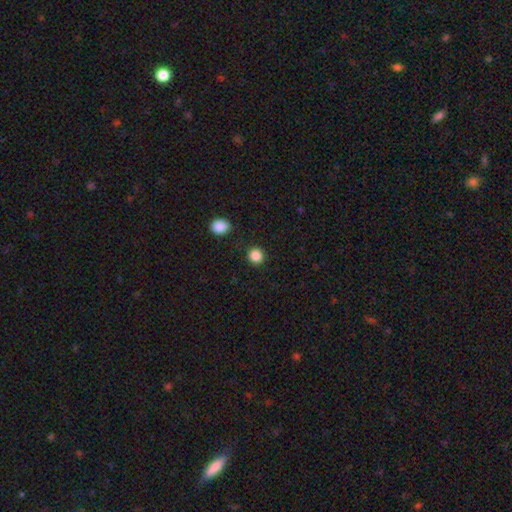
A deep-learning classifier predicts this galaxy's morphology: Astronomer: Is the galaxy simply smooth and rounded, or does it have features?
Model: smooth — 86%.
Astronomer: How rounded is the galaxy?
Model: round — 92%.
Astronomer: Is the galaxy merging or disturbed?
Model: none — 90%.